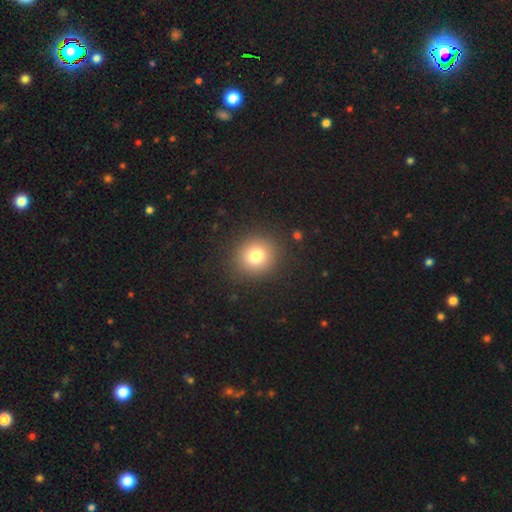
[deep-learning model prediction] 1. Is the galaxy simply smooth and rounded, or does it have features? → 79% smooth, 13% star or artifact, 9% featured or disk.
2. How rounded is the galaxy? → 87% round, 12% in between, 1% cigar-shaped.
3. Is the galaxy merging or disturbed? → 89% none, 7% minor disturbance, 3% major disturbance, 1% merger.